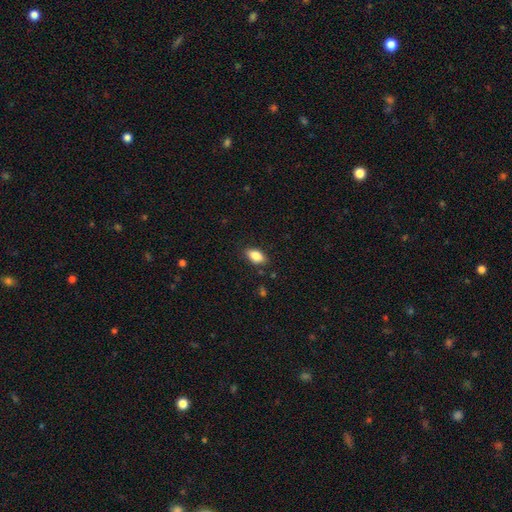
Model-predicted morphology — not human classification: This is clearly a smooth galaxy (85%). How rounded: clearly in between (91%). Merging: clearly none (86%).